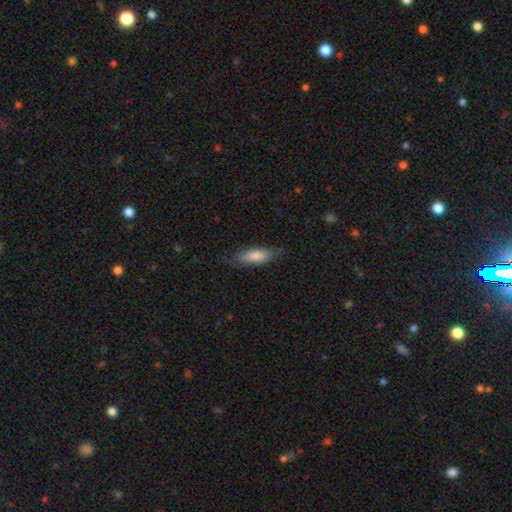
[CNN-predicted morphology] Smooth or featured: smooth — 76% (featured or disk — 18%)
How rounded: in between — 51% (cigar-shaped — 47%)
Merging: none — 80% (minor disturbance — 15%)